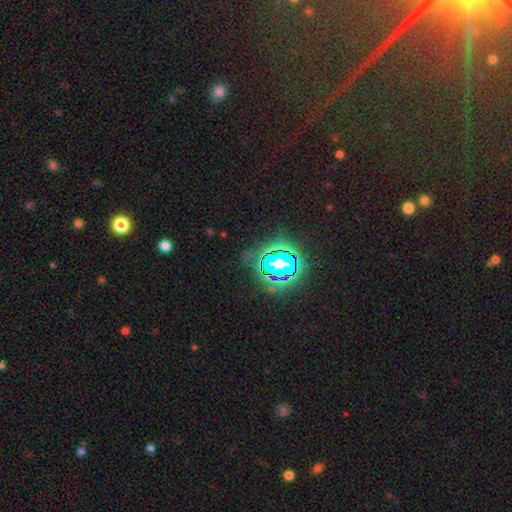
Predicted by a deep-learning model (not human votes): The model was most divided on "smooth or featured": star or artifact: 80%, smooth: 13%, featured or disk: 8%.